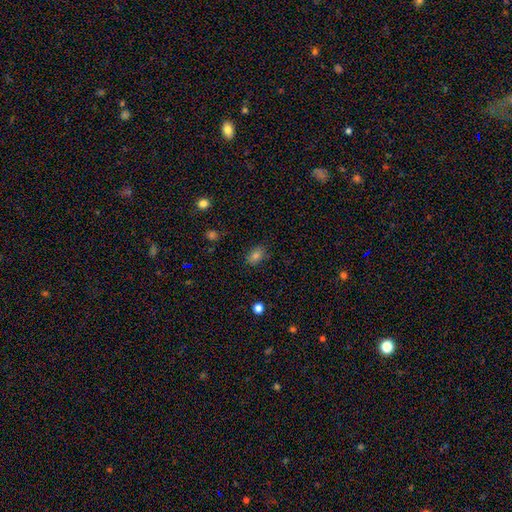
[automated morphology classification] A smooth galaxy with no disk features (78%) that is in between round and cigar-shaped (72%).

Vote fractions:
- Smooth or featured? smooth: 78% / star or artifact: 14% / featured or disk: 8%
- How rounded? in between: 72% / round: 27% / cigar-shaped: 1%
- Merging? none: 84% / minor disturbance: 12% / major disturbance: 3% / merger: 1%